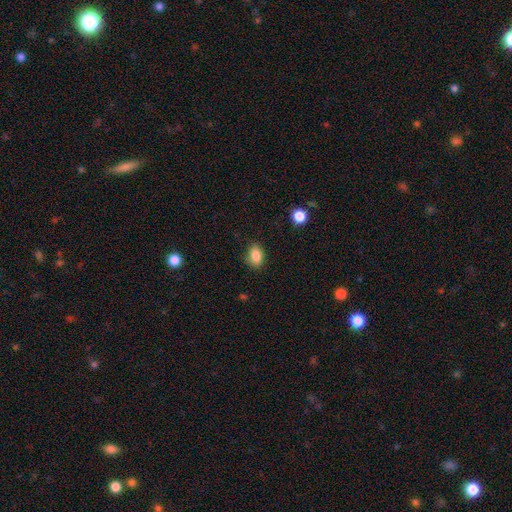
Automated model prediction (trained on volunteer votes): smooth 86%, star or artifact 9%, featured or disk 5%. Down the decision tree: how rounded — in between (82%); merging — none (83%).